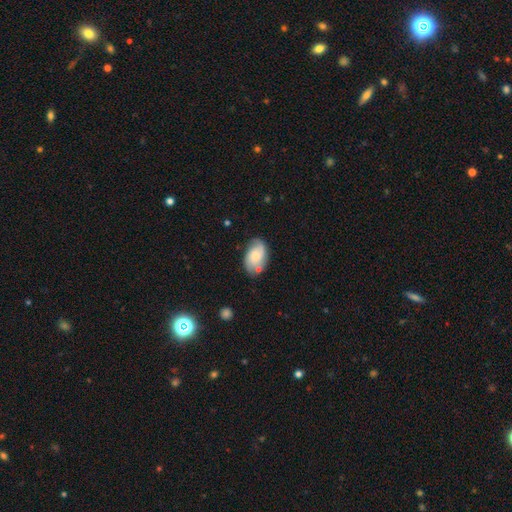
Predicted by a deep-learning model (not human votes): This appears to be a smooth galaxy with no disk features (48%). Merging: none (62%).